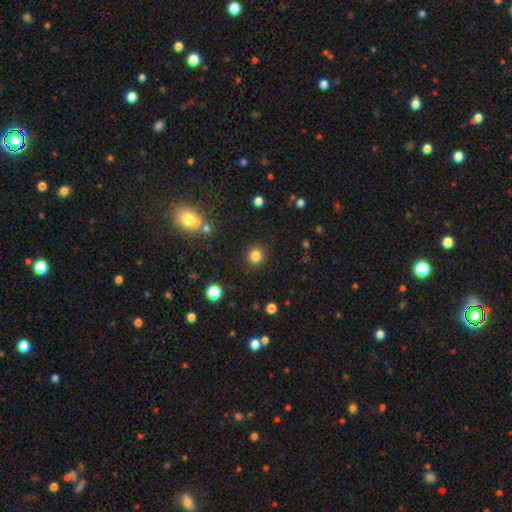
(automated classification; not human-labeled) Smooth or featured?
  - smooth: 83% *
  - star or artifact: 13%
  - featured or disk: 5%
How rounded?
  - round: 92% *
  - in between: 7%
  - cigar-shaped: 1%
Merging?
  - none: 89% *
  - minor disturbance: 6%
  - major disturbance: 3%
  - merger: 2%